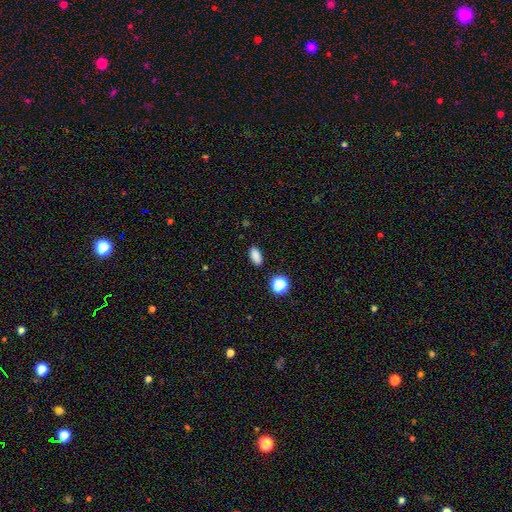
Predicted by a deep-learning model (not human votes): smooth-or-featured: smooth: 85% | star or artifact: 11% | featured or disk: 4%
  how-rounded: in between: 86% | round: 7% | cigar-shaped: 7%
  merging: none: 88% | minor disturbance: 8% | major disturbance: 2% | merger: 2%